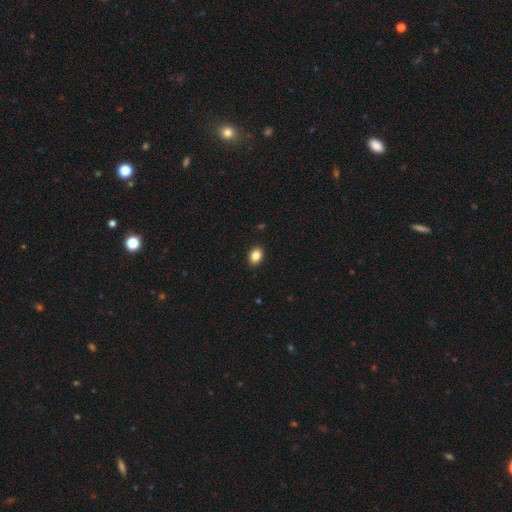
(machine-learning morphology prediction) smooth 86%, star or artifact 9%, featured or disk 5%. Down the decision tree: how rounded — in between (79%); merging — none (90%).